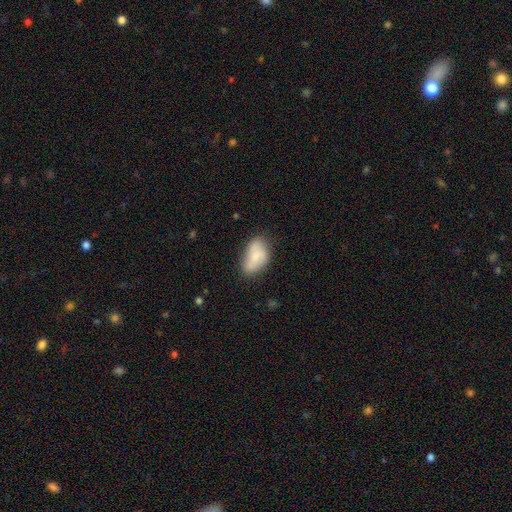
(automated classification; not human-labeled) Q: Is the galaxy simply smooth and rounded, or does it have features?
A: smooth — 68%.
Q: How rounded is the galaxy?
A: in between — 91%.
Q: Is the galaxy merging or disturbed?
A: none — 59%.